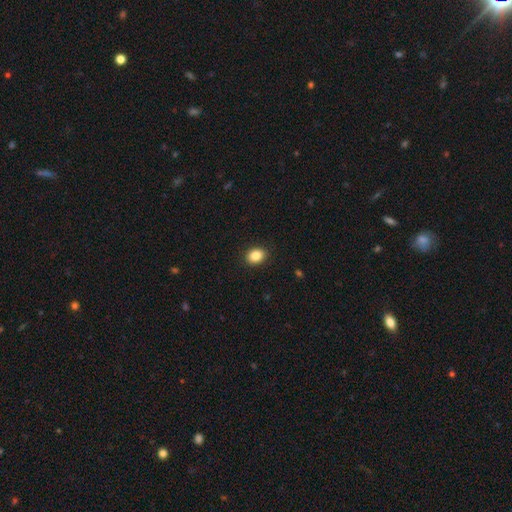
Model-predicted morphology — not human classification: Smooth or featured? Predicted: smooth (p=0.87). How rounded? Predicted: in between (p=0.61). Merging? Predicted: none (p=0.90).